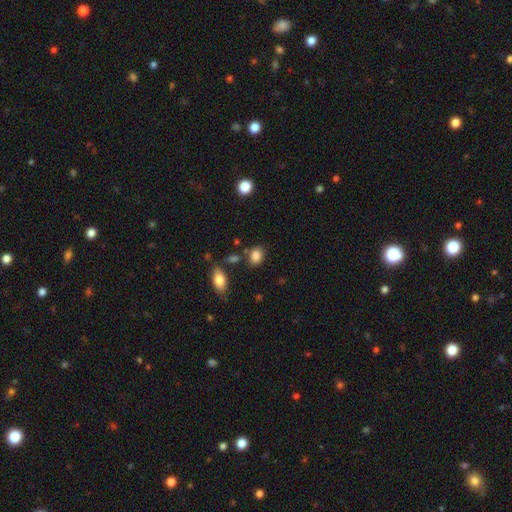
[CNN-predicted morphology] smooth 86%, star or artifact 9%, featured or disk 5%. Down the decision tree: how rounded — in between (67%); merging — none (76%).